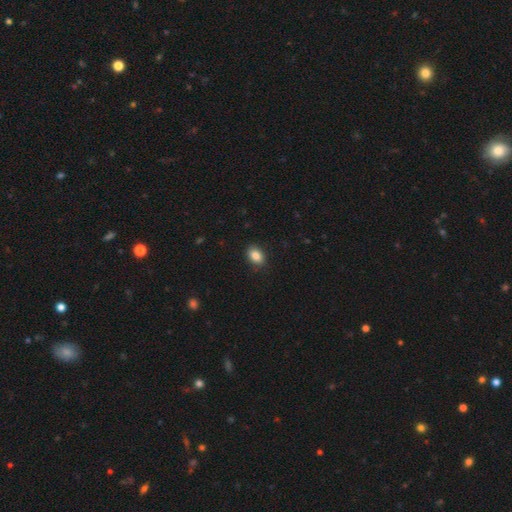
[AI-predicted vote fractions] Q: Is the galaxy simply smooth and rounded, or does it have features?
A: smooth — 86%.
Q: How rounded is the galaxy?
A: in between — 79%.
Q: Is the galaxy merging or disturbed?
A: none — 87%.